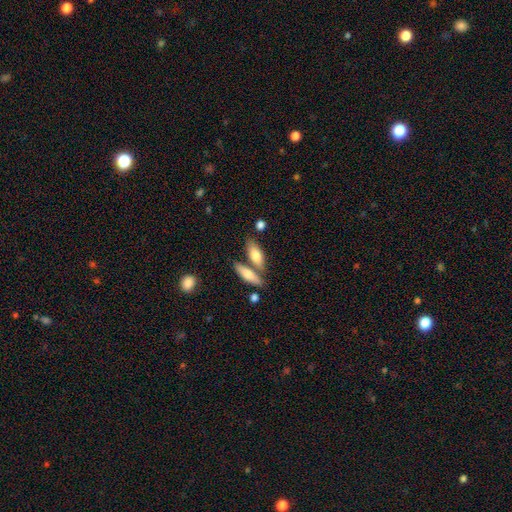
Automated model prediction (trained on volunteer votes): This appears to be a smooth galaxy with no disk features (74%) that is in between round and cigar-shaped (66%). Merging: none (54%).